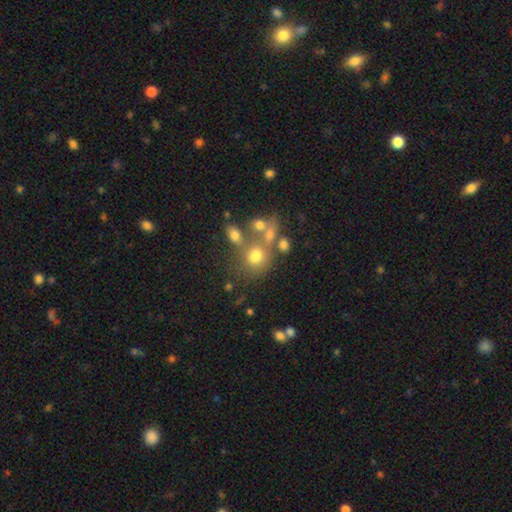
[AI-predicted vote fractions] The model was most divided on "merging": none: 47%, merger: 30%, minor disturbance: 13%, major disturbance: 9%. More confident: how rounded — round (68%); smooth or featured — smooth (64%).